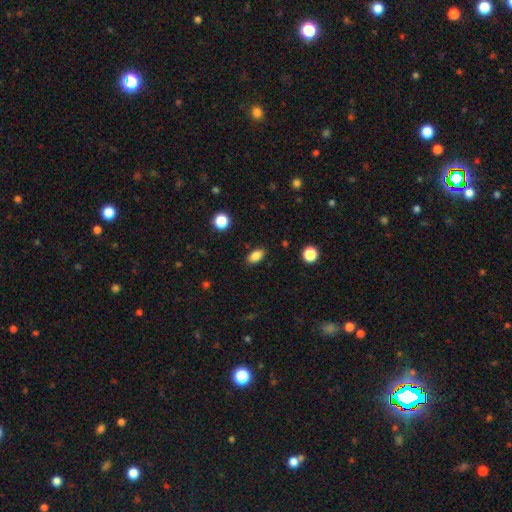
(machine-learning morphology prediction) This is clearly a smooth galaxy (86%). How rounded: clearly in between (88%). Merging: clearly none (87%).